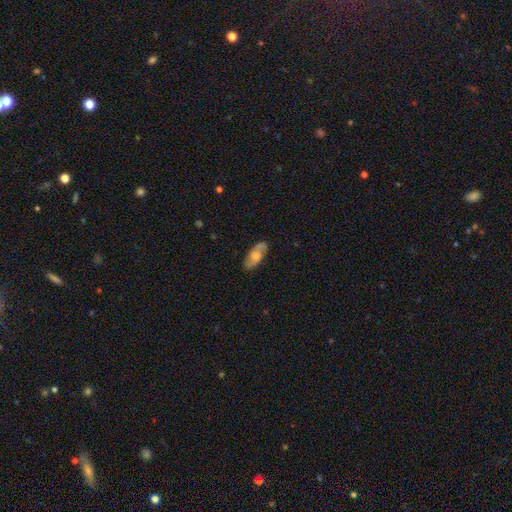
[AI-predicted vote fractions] Smooth or featured? featured or disk (57%)
Edge-on disk? no (89%)
Bar? no (59%)
Spiral arms? yes (86%)
Bulge size? moderate (46%)
Merging? none (82%)